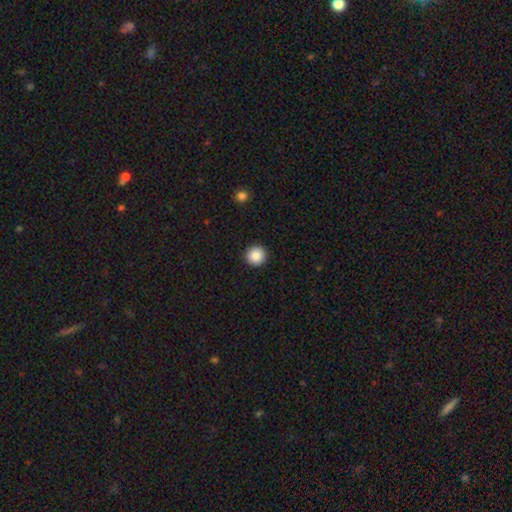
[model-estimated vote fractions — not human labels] This appears to be a smooth galaxy with no disk features (87%) that is round (96%). Merging: none (93%).